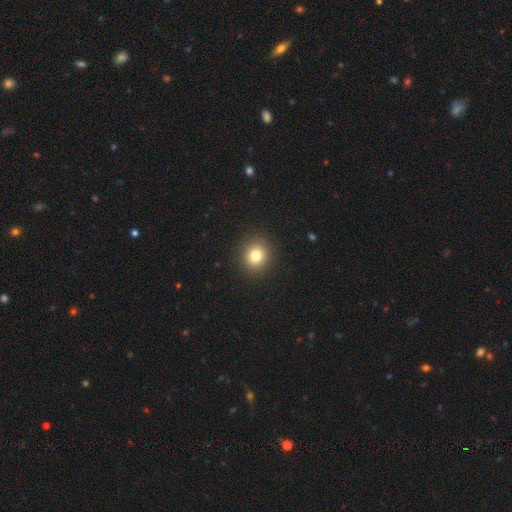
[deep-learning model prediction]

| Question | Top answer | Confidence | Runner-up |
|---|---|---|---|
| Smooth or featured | smooth | 80% | star or artifact (12%) |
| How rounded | round | 84% | in between (15%) |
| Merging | none | 91% | minor disturbance (6%) |